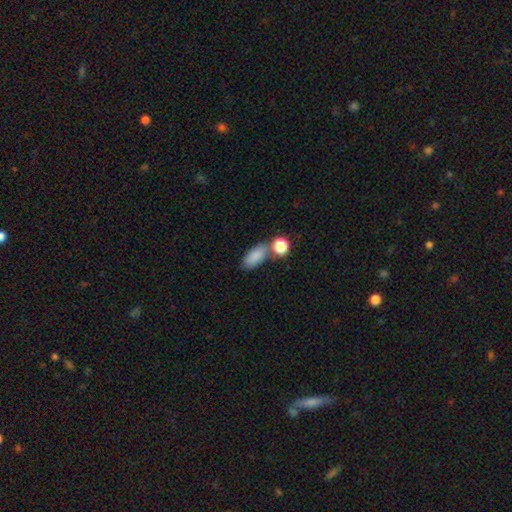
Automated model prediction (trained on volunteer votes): smooth 85%, star or artifact 8%, featured or disk 7%. Down the decision tree: how rounded — in between (86%); merging — none (54%).